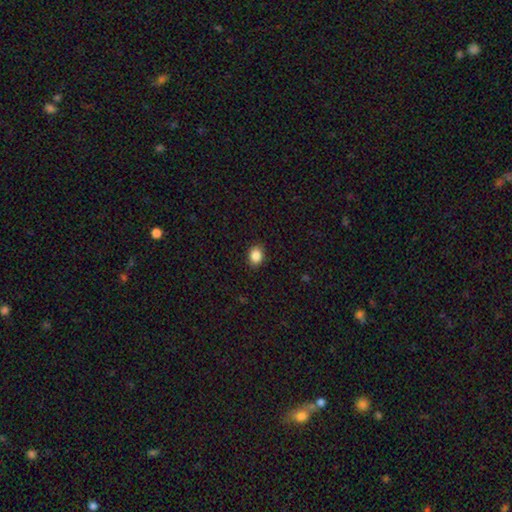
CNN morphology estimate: The model was most divided on "how rounded": in between: 58%, round: 41%, cigar-shaped: 1%. More confident: merging — none (89%); smooth or featured — smooth (87%).